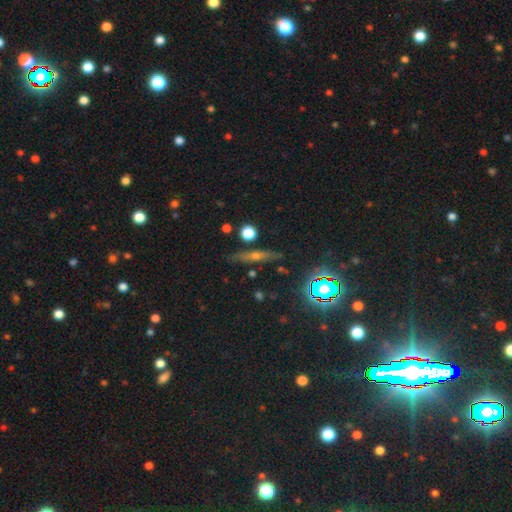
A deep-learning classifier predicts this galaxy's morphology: A featured or disk galaxy (49%). Merging: none (86%).